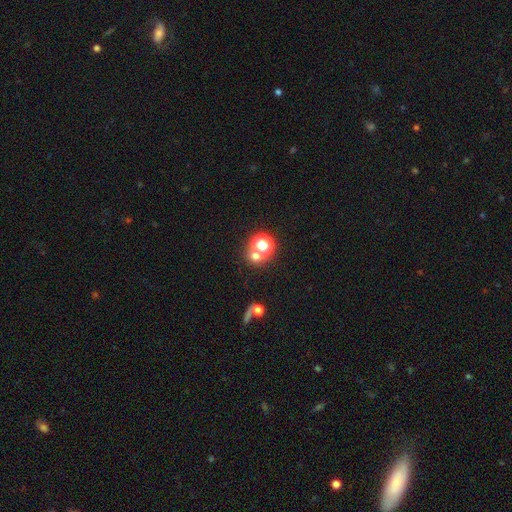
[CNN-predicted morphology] This is possibly a smooth galaxy (57%). How rounded: clearly round (84%). Merging: possibly none (60%).